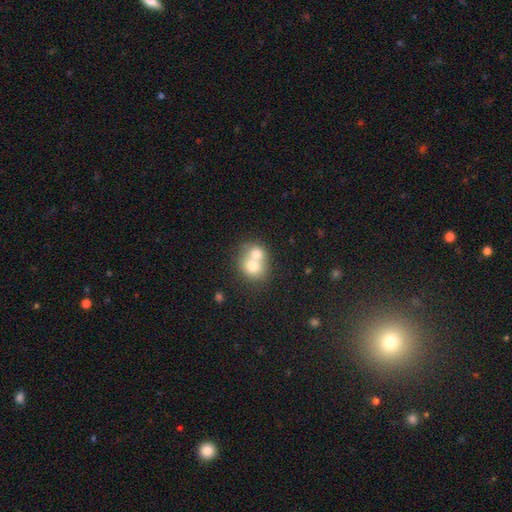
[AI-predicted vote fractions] The model was most divided on "how rounded": round: 71%, in between: 28%, cigar-shaped: 1%. More confident: merging — merger (70%); smooth or featured — smooth (68%).